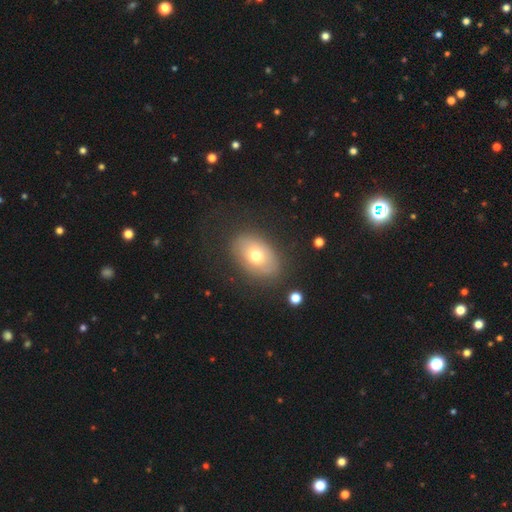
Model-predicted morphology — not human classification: This appears to be a smooth galaxy with no disk features (62%) that is in between round and cigar-shaped (84%). Merging: none (78%).